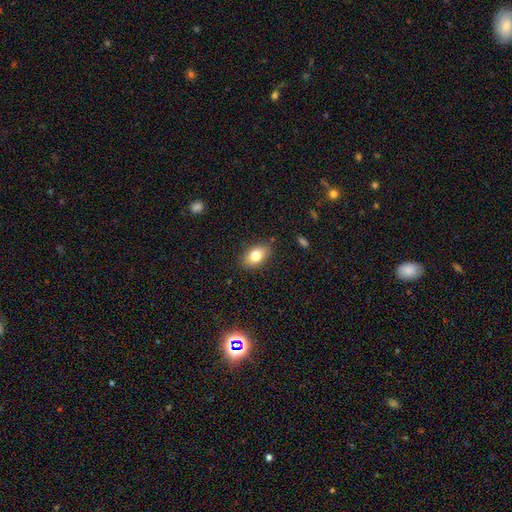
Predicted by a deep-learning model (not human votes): Q: Smooth or featured?
A: smooth (79%); runner-up: featured or disk (12%)
Q: How rounded?
A: in between (87%); runner-up: round (10%)
Q: Merging?
A: none (84%); runner-up: minor disturbance (12%)